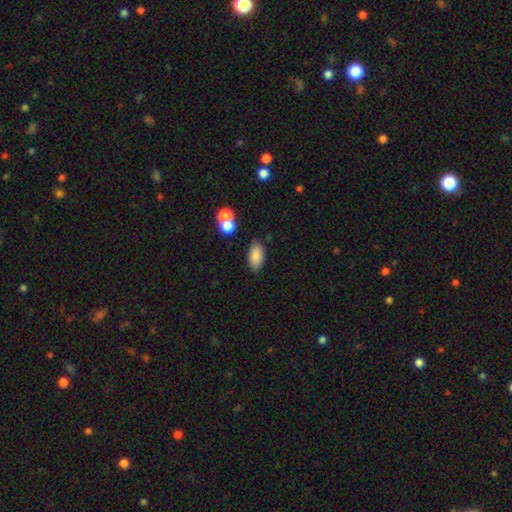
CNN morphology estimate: The model was most divided on "merging": none: 79%, minor disturbance: 12%, merger: 6%, major disturbance: 3%. More confident: how rounded — in between (93%); smooth or featured — smooth (84%).